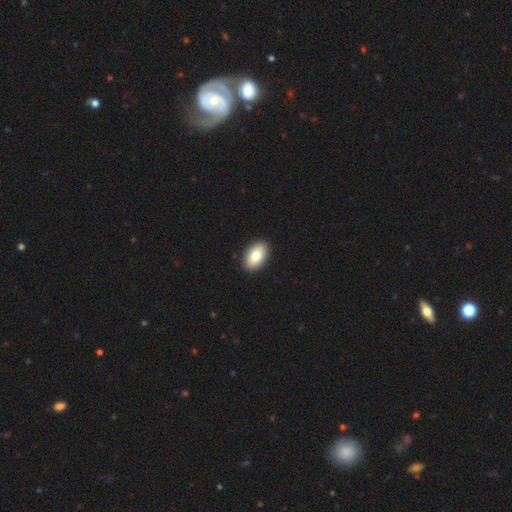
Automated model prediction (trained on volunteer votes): smooth-or-featured: smooth: 83% | featured or disk: 11% | star or artifact: 6%
  how-rounded: in between: 93% | round: 5% | cigar-shaped: 1%
  merging: none: 91% | minor disturbance: 6% | major disturbance: 2% | merger: 1%